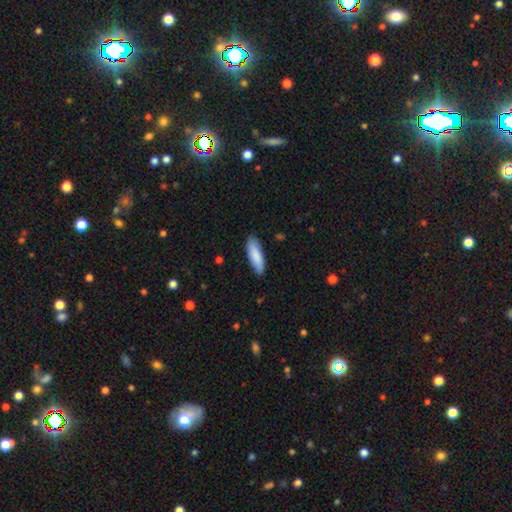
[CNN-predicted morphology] Smooth or featured: smooth — 85% (featured or disk — 10%)
How rounded: in between — 52% (cigar-shaped — 47%)
Merging: none — 84% (minor disturbance — 13%)